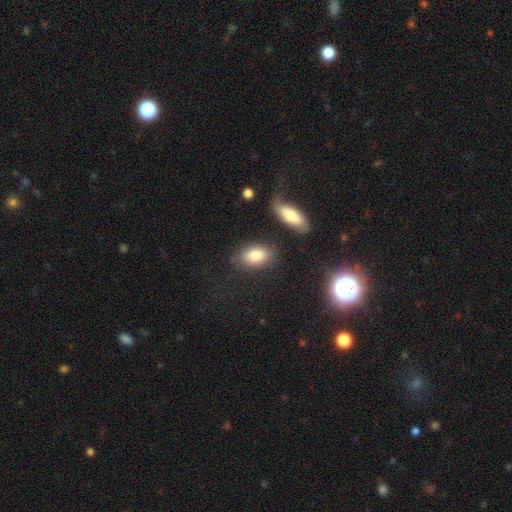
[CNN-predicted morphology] A smooth galaxy with no disk features (82%) that is in between round and cigar-shaped (87%). Merging: none (76%).